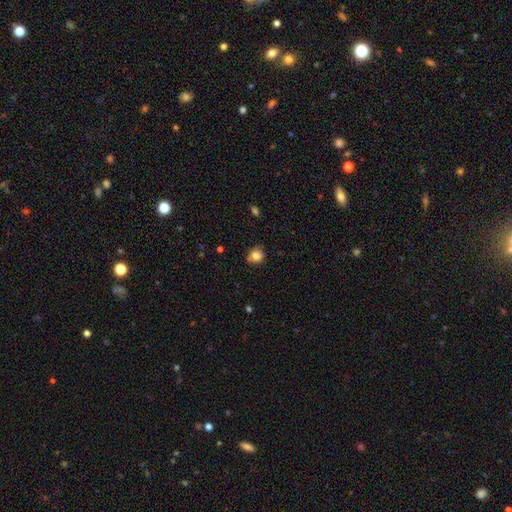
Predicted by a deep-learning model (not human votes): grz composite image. It shows a smooth galaxy with no disk features (79%) that is round (79%). Merging: none (70%).